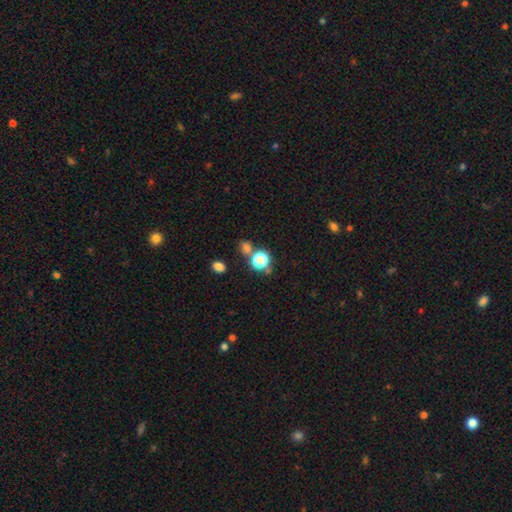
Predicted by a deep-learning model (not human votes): Morphology: type=star or artifact (48%).